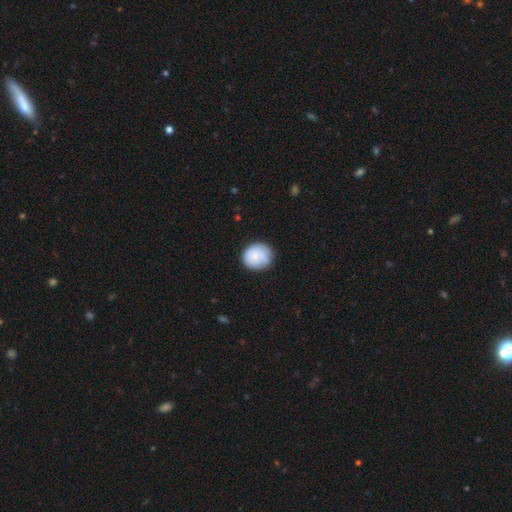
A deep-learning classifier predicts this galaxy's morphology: Overall: smooth (77%). How rounded: round (75%). Merging: none (72%).